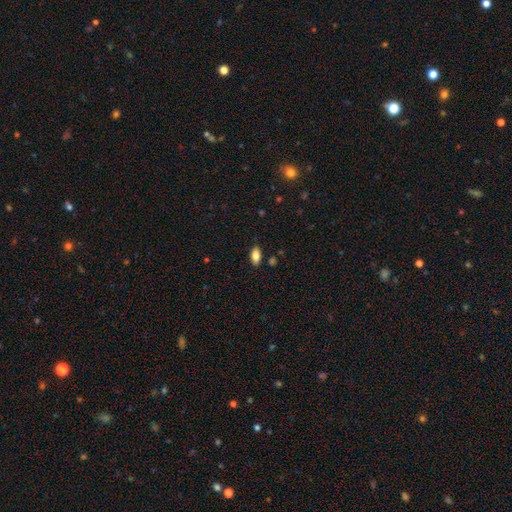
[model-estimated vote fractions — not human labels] Morphology: type=smooth (85%); roundness=in between (91%); merging=none (86%).